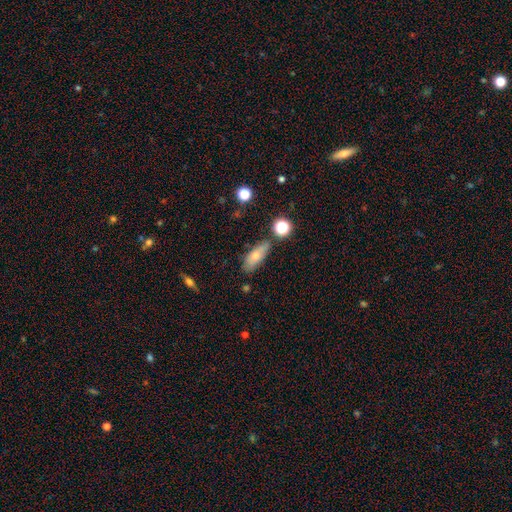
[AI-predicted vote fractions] Smooth or featured?
  - smooth: 69% *
  - featured or disk: 22%
  - star or artifact: 9%
How rounded?
  - in between: 70% *
  - cigar-shaped: 26%
  - round: 4%
Merging?
  - none: 72% *
  - minor disturbance: 18%
  - merger: 6%
  - major disturbance: 4%